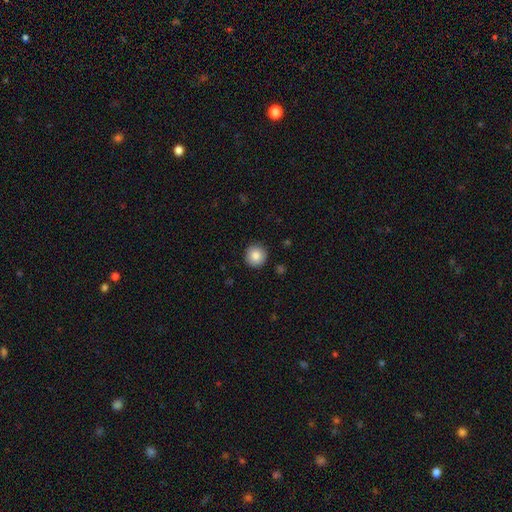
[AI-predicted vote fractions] smooth 86%, star or artifact 8%, featured or disk 5%. Down the decision tree: how rounded — round (94%); merging — none (91%).